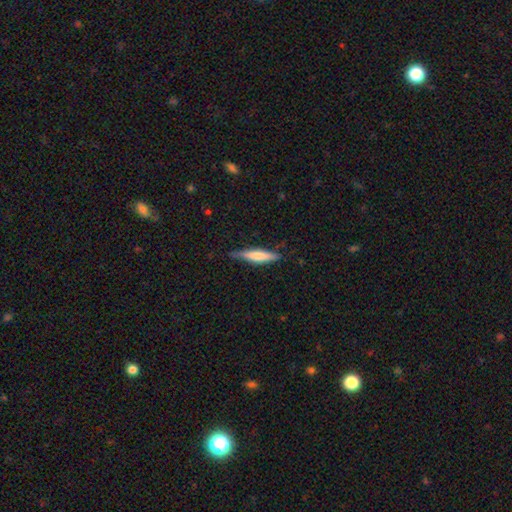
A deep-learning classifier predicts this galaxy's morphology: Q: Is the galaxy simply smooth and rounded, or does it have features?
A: smooth — 53%.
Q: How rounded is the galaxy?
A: cigar-shaped — 86%.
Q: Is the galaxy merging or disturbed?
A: none — 80%.